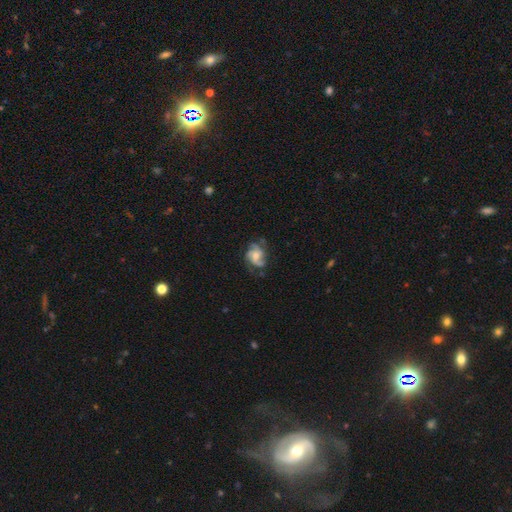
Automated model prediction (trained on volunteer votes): This appears to be a featured or disk galaxy (80%) with no bar (62%), 3 (44%) medium (49%) spiral arms (94%) and a moderate central bulge (54%). Merging: none (64%).